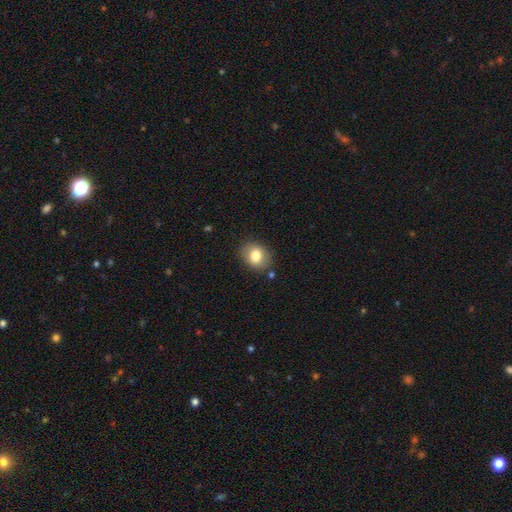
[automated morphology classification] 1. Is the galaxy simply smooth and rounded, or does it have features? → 80% smooth, 12% featured or disk, 9% star or artifact.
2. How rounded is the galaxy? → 53% round, 46% in between, 1% cigar-shaped.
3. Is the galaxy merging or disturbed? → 83% none, 11% minor disturbance, 3% major disturbance, 3% merger.